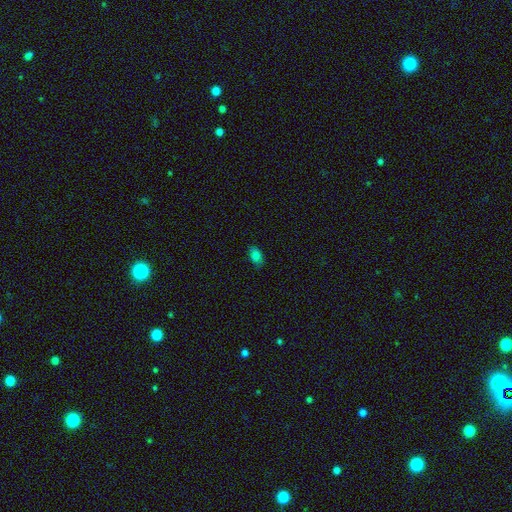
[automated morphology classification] A smooth galaxy with no disk features (80%) that is in between round and cigar-shaped (87%). Merging: none (83%).